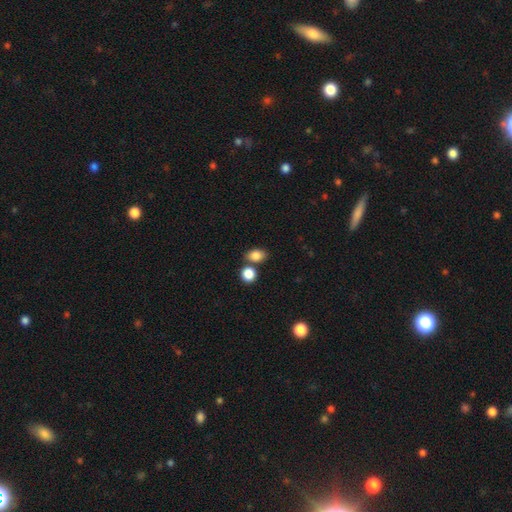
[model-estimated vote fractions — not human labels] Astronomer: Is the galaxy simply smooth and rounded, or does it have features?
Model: smooth — 84%.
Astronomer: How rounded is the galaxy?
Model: in between — 72%.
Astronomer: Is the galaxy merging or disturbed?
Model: none — 64%.